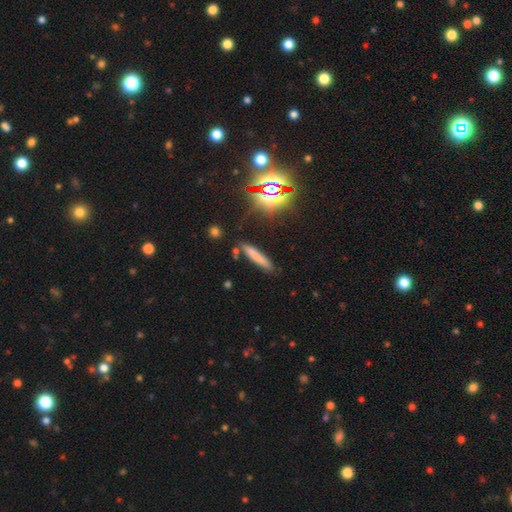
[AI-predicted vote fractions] Smooth or featured? Predicted: smooth (p=0.68). How rounded? Predicted: cigar-shaped (p=0.89). Merging? Predicted: none (p=0.80).